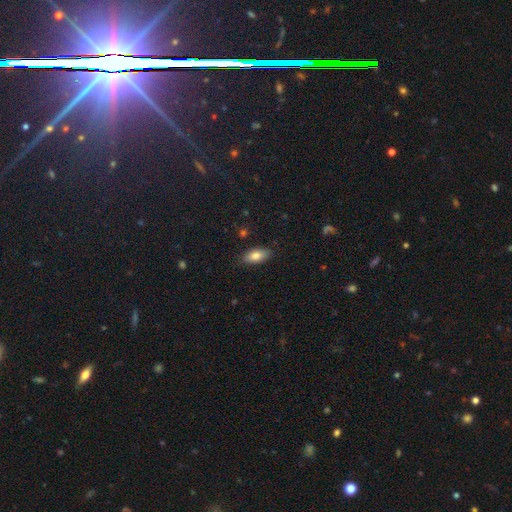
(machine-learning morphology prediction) type=smooth (81%); roundness=in between (89%); merging=none (85%).